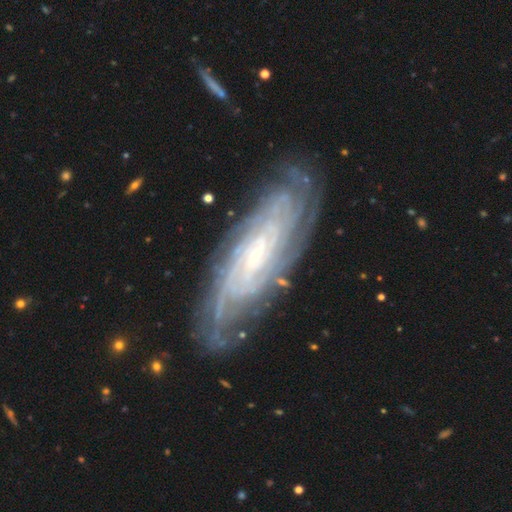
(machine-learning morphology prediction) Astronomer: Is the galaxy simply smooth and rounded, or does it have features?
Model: featured or disk — 88%.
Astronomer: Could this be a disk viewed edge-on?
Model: no — 89%.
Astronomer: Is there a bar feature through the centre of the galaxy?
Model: no — 55% (runner-up: weak, 32%).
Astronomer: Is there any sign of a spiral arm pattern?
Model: yes — 97%.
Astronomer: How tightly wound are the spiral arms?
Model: tight — 79%.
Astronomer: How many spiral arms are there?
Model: can't tell — 34% (runner-up: more than 4, 21%).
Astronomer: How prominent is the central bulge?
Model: small — 80%.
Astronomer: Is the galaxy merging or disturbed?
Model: none — 79%.